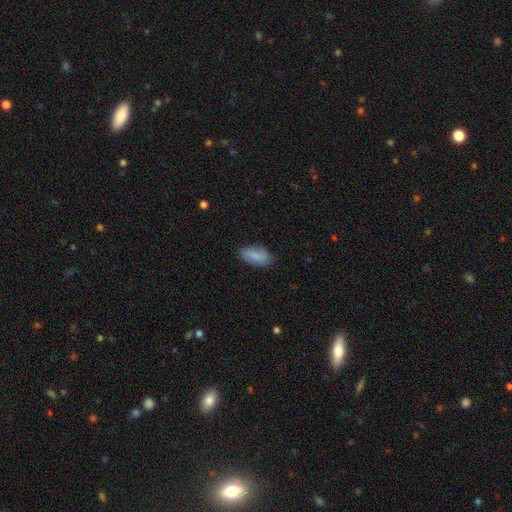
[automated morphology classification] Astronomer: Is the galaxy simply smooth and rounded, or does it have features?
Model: smooth — 78%.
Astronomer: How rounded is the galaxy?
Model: in between — 92%.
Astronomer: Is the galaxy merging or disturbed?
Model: none — 82%.